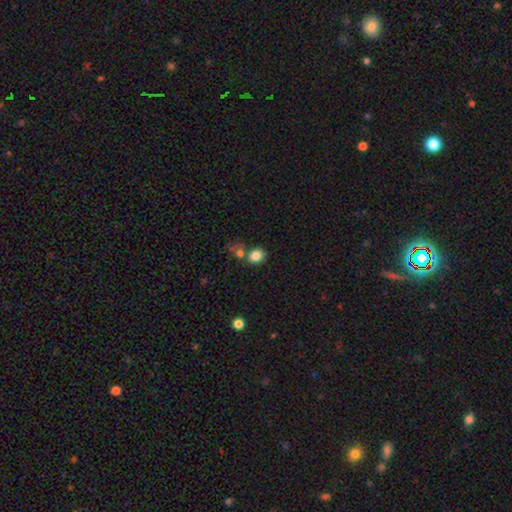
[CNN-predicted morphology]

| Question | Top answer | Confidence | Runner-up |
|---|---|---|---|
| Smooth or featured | smooth | 83% | star or artifact (11%) |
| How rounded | round | 52% | in between (47%) |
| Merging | none | 59% | merger (24%) |